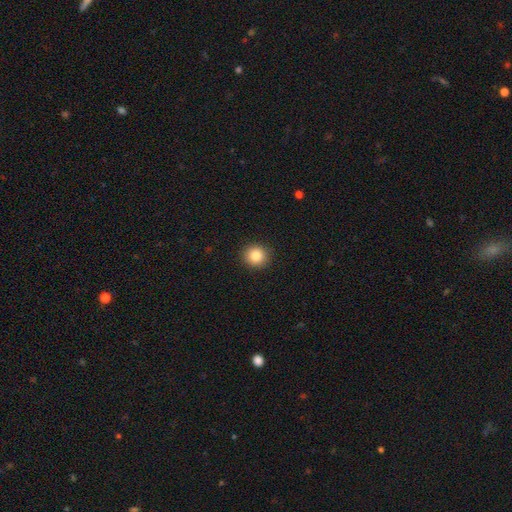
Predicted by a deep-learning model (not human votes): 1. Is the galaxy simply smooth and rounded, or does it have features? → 85% smooth, 10% star or artifact, 5% featured or disk.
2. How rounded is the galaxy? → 92% round, 7% in between, 1% cigar-shaped.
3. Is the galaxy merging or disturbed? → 92% none, 5% minor disturbance, 2% major disturbance, 1% merger.